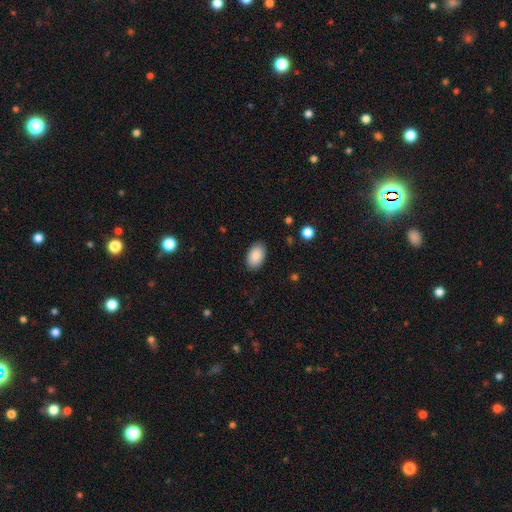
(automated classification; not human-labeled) This is clearly a smooth galaxy (89%). How rounded: clearly in between (92%). Merging: clearly none (88%).